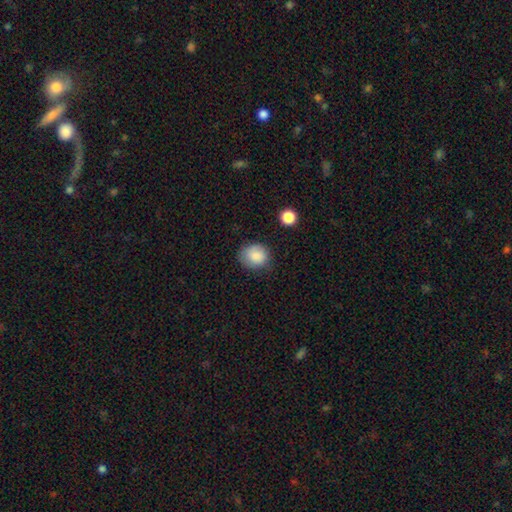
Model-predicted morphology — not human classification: This appears to be a smooth galaxy with no disk features (84%) that is round (70%). Merging: none (70%).